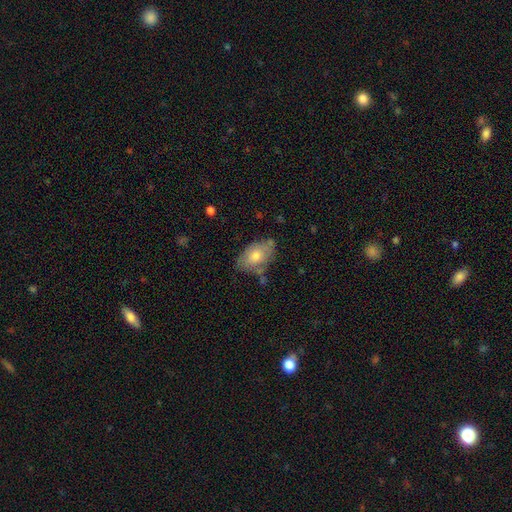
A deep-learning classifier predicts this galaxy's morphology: smooth_or_featured: smooth (p=0.67) [alt: featured or disk p=0.25]
how_rounded: in between (p=0.90) [alt: round p=0.08]
merging: none (p=0.63) [alt: minor disturbance p=0.25]